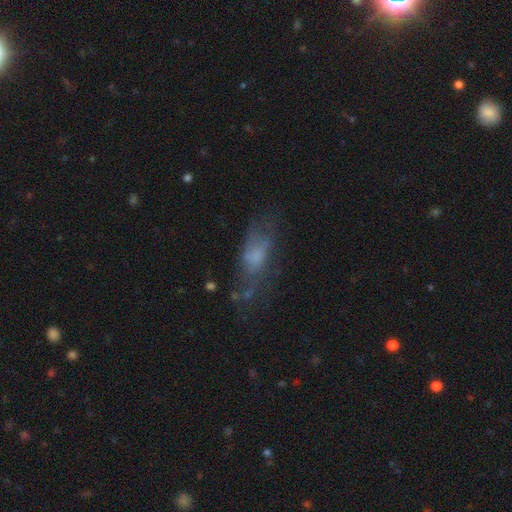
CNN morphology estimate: Smooth or featured?
  - smooth: 45% *
  - featured or disk: 42%
  - star or artifact: 12%
Merging?
  - none: 49% *
  - minor disturbance: 25%
  - major disturbance: 23%
  - merger: 4%